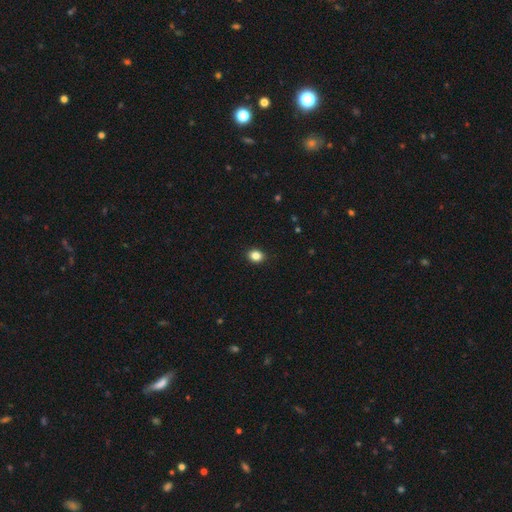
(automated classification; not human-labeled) Overall: smooth (85%). How rounded: in between (50%; round 49%). Merging: none (90%).